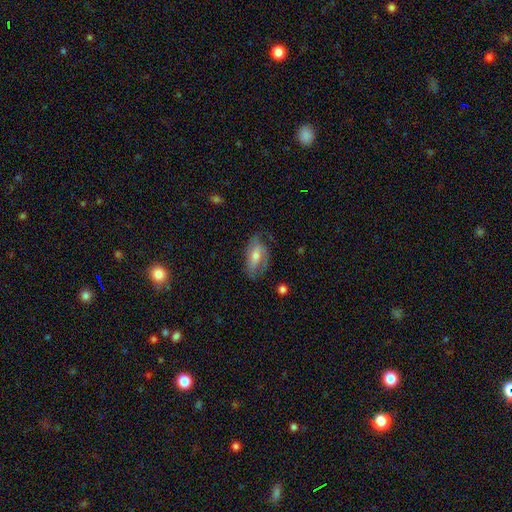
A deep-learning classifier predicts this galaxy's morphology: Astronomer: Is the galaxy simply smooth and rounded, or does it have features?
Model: featured or disk — 52% (runner-up: smooth, 41%).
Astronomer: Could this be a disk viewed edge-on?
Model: no — 88%.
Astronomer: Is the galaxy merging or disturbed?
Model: none — 56%.